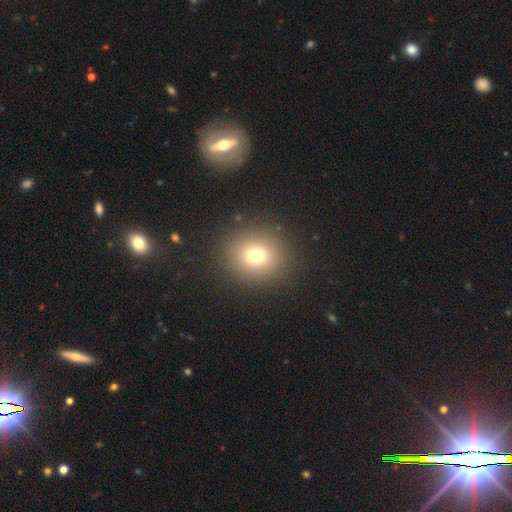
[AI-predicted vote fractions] This is likely a smooth galaxy (74%). How rounded: clearly round (81%). Merging: clearly none (88%).